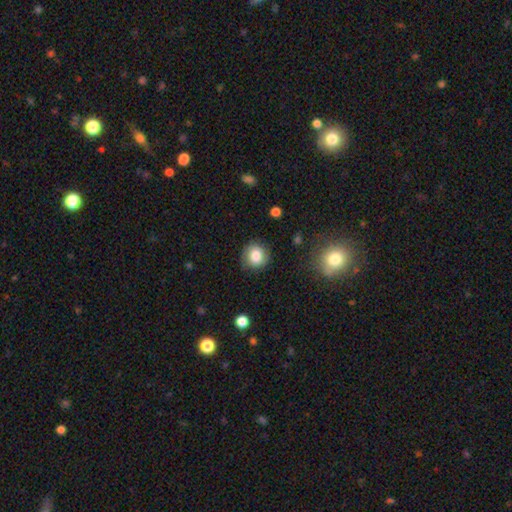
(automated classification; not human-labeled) This is clearly a smooth galaxy (82%). How rounded: clearly round (84%). Merging: clearly none (83%).